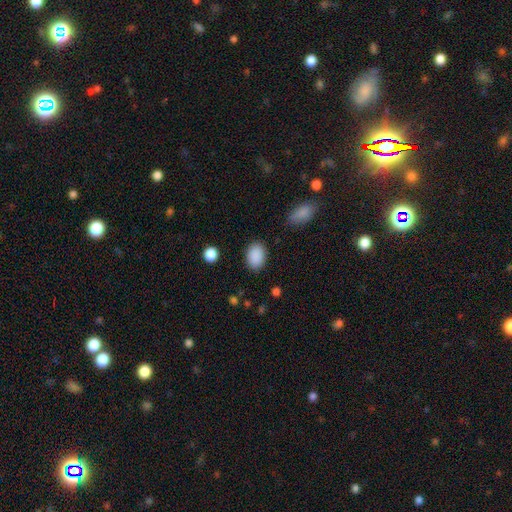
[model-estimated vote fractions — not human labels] Smooth or featured: smooth — 90% (star or artifact — 7%)
How rounded: in between — 78% (round — 21%)
Merging: none — 86% (minor disturbance — 9%)